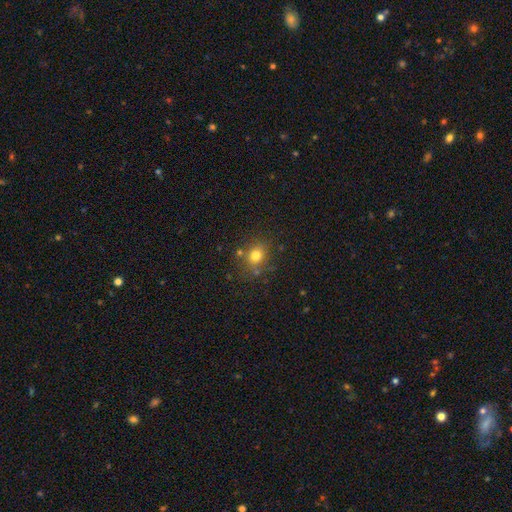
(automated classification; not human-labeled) Smooth or featured: smooth — 76% (star or artifact — 15%)
How rounded: round — 72% (in between — 27%)
Merging: none — 74% (minor disturbance — 14%)